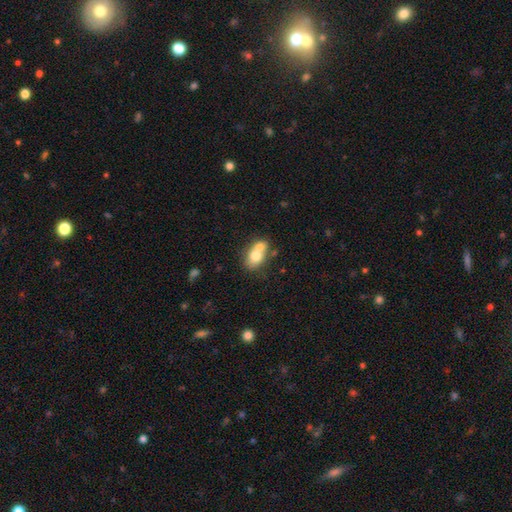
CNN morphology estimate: A smooth galaxy with no disk features (71%) that is in between round and cigar-shaped (66%). Merging: merger (55%).